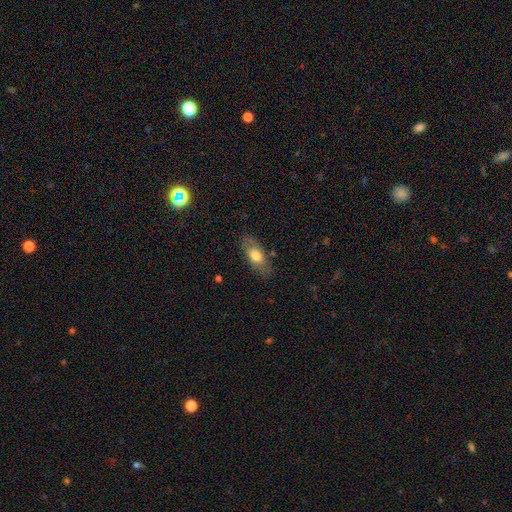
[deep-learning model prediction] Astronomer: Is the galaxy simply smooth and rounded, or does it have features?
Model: smooth — 64%.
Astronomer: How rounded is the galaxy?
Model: in between — 82%.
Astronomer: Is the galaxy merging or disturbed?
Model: none — 77%.